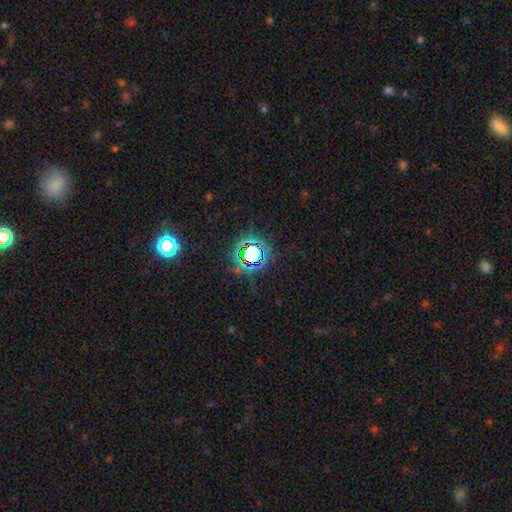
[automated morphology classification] This appears to be a star or artifact, not a galaxy (73%).